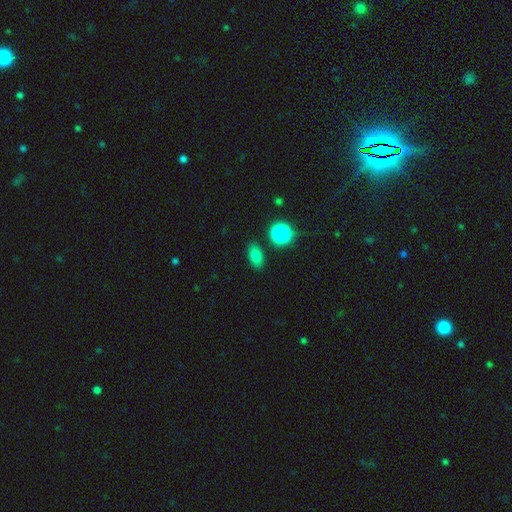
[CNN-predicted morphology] The model was most divided on "smooth or featured": smooth: 77%, star or artifact: 15%, featured or disk: 8%. More confident: merging — none (85%); how rounded — in between (84%).